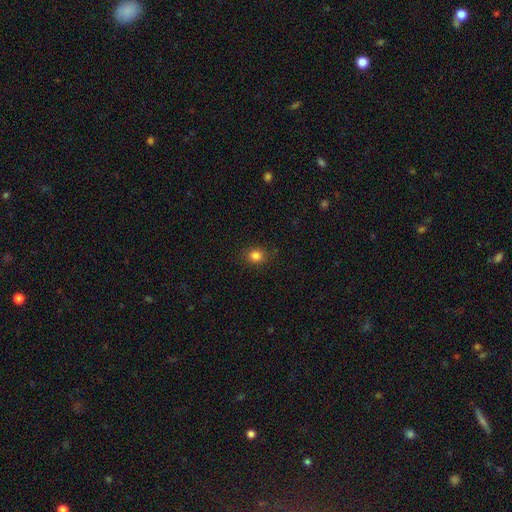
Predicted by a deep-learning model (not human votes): This appears to be a smooth galaxy with no disk features (82%) that is round (76%). Merging: none (86%).